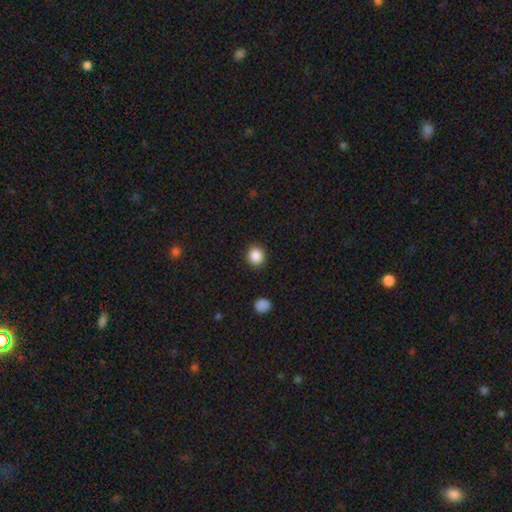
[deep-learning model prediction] Smooth or featured: smooth — 87% (star or artifact — 10%)
How rounded: round — 85% (in between — 14%)
Merging: none — 90% (minor disturbance — 6%)